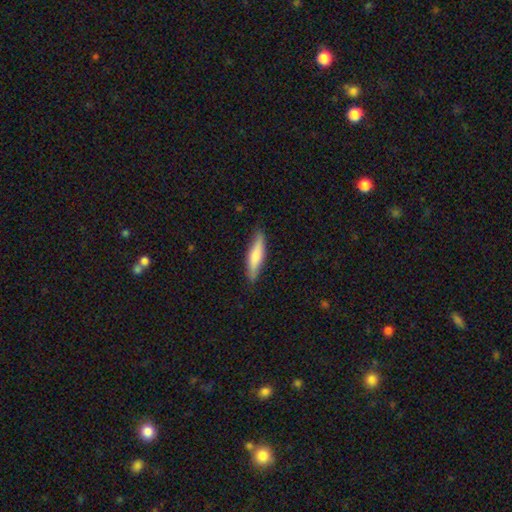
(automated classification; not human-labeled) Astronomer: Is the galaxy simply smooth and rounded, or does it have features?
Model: smooth — 71%.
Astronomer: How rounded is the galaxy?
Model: cigar-shaped — 75%.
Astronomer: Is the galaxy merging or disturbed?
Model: none — 83%.